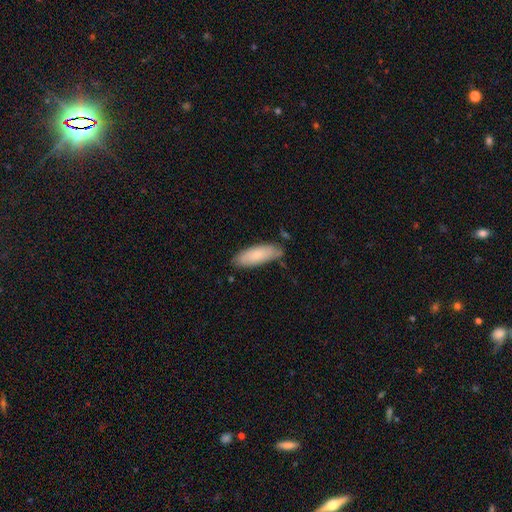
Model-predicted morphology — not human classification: A smooth galaxy with no disk features (78%) that is in between round and cigar-shaped (69%). Merging: none (73%).